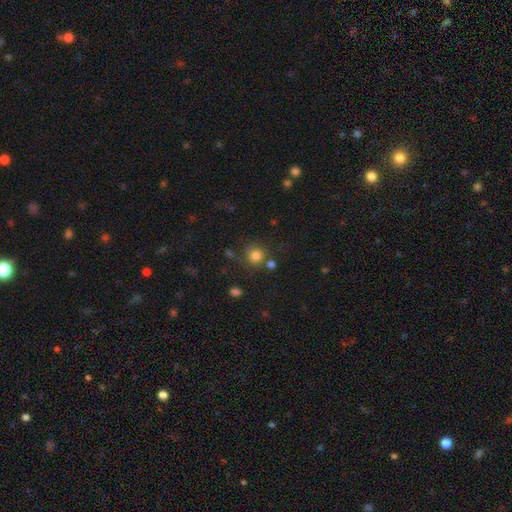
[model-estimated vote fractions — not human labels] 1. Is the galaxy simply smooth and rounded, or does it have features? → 80% smooth, 13% star or artifact, 7% featured or disk.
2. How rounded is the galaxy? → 90% round, 9% in between, 1% cigar-shaped.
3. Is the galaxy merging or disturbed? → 72% none, 13% minor disturbance, 10% merger, 5% major disturbance.